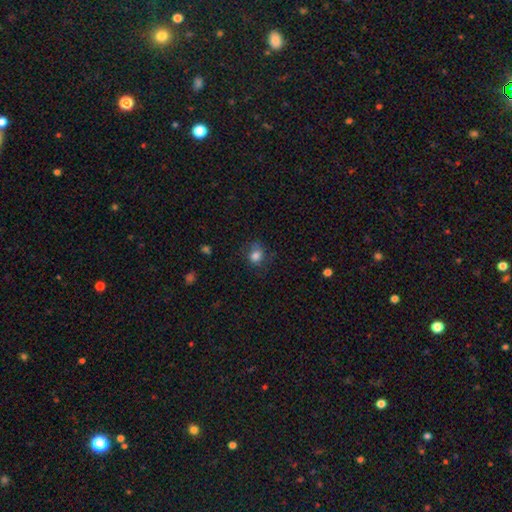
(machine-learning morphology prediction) Smooth or featured: smooth — 80% (star or artifact — 10%)
How rounded: round — 65% (in between — 34%)
Merging: none — 64% (minor disturbance — 24%)